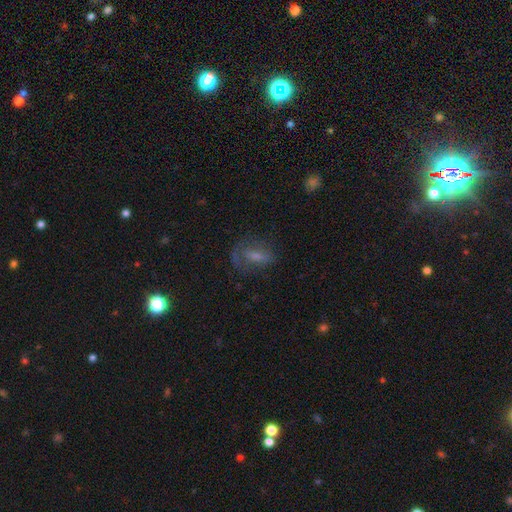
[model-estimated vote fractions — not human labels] Smooth or featured: featured or disk — 45% (smooth — 42%)
Merging: none — 53% (major disturbance — 24%)